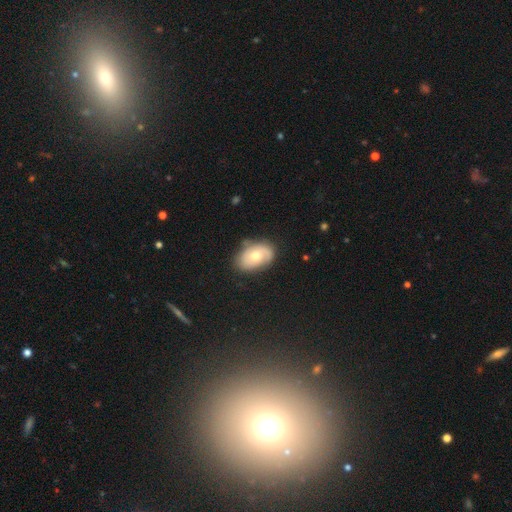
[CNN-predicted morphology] A smooth galaxy with no disk features (50%) that is in between round and cigar-shaped (85%). Merging: none (66%).